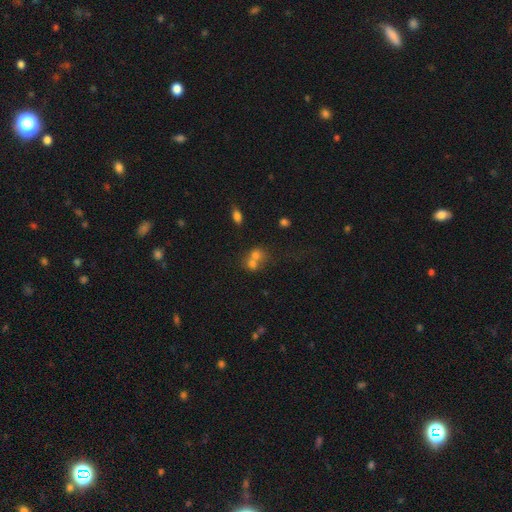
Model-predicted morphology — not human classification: smooth 67%, featured or disk 19%, star or artifact 14%. Down the decision tree: how rounded — round (64%); merging — merger (65%).